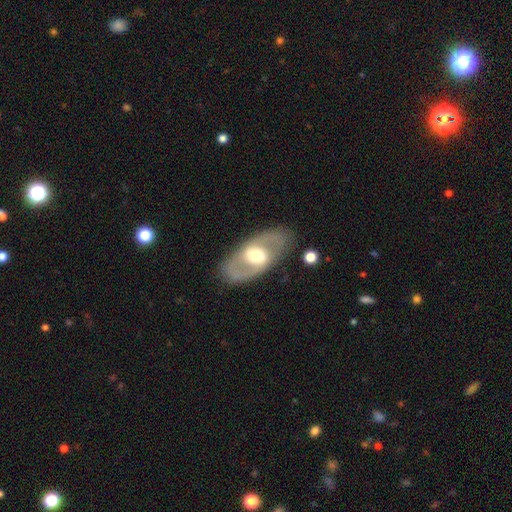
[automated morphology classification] The model was most divided on "bar": no: 39%, weak: 38%, strong: 24%. More confident: edge-on disk — no (90%); merging — none (83%); smooth or featured — featured or disk (69%); bulge size — moderate (62%); spiral arms — no (52%).